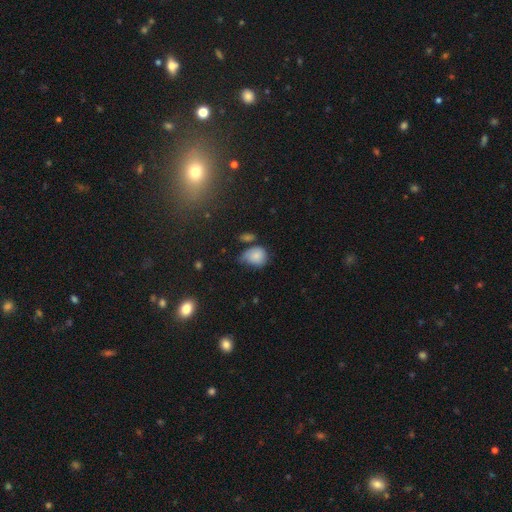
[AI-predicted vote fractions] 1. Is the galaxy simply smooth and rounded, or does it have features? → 79% smooth, 11% featured or disk, 9% star or artifact.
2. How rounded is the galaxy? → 58% round, 40% in between, 1% cigar-shaped.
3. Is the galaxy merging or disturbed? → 42% minor disturbance, 33% none, 15% major disturbance, 11% merger.